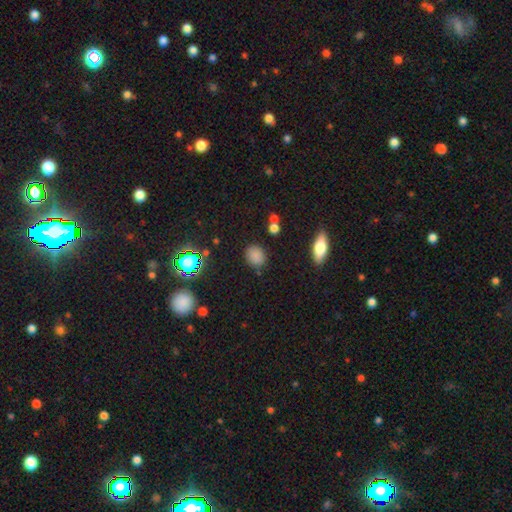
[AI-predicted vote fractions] The model was most divided on "how rounded": round: 61%, in between: 37%, cigar-shaped: 2%. More confident: merging — none (81%); smooth or featured — smooth (78%).